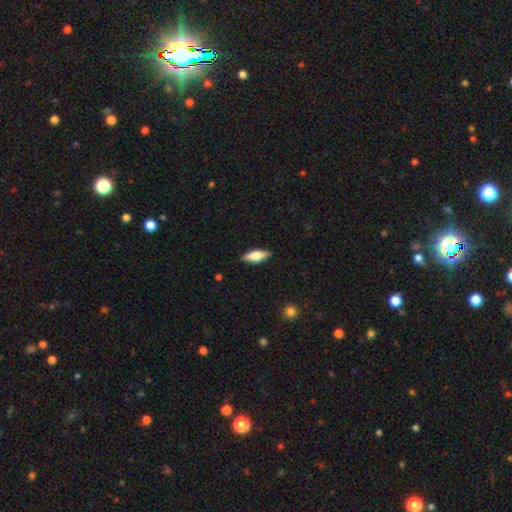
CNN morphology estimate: smooth_or_featured: smooth (p=0.66) [alt: featured or disk p=0.28]
how_rounded: in between (p=0.63) [alt: cigar-shaped p=0.34]
merging: none (p=0.88) [alt: minor disturbance p=0.09]